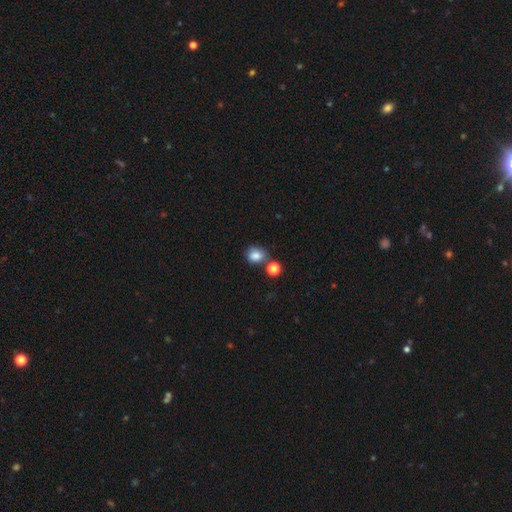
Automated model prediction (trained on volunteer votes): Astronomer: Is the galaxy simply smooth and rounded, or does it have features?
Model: smooth — 82%.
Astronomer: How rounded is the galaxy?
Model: round — 61% (runner-up: in between, 38%).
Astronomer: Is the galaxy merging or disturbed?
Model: none — 59%.